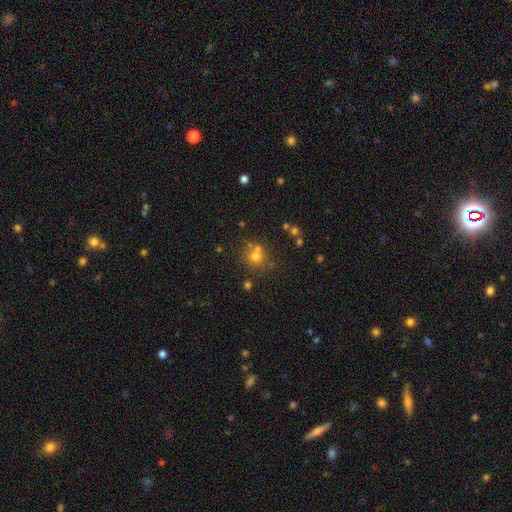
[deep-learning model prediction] A smooth galaxy with no disk features (65%) that is round (86%).

Vote fractions:
- Smooth or featured? smooth: 65% / star or artifact: 21% / featured or disk: 13%
- How rounded? round: 86% / in between: 13% / cigar-shaped: 1%
- Merging? none: 61% / merger: 24% / minor disturbance: 10% / major disturbance: 5%